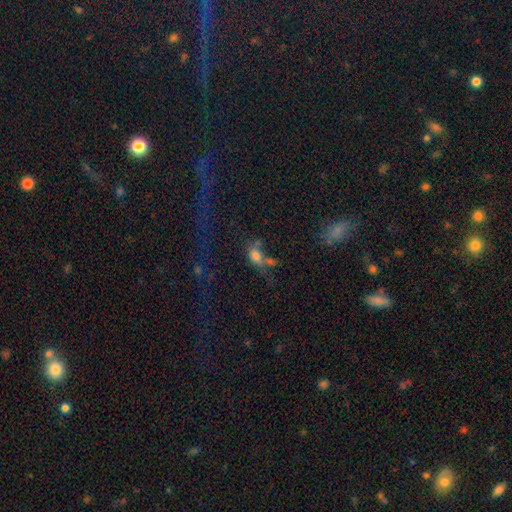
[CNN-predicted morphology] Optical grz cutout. It shows a smooth galaxy with no disk features (65%) that is in between round and cigar-shaped (75%). Merging: merger (32%).